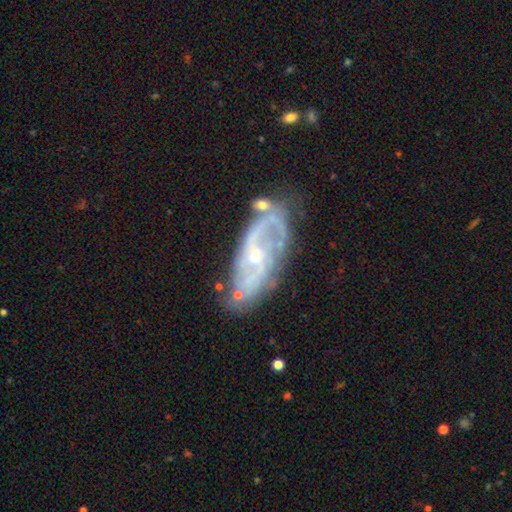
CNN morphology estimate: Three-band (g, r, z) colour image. It shows a featured or disk galaxy (84%) with no bar (55%), 2 (55%) medium (46%) spiral arms (91%) and a small central bulge (66%). Merging: none (62%).